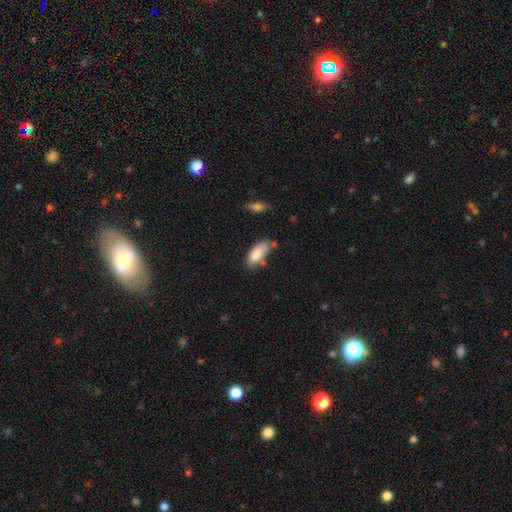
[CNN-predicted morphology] A smooth galaxy with no disk features (86%) that is in between round and cigar-shaped (83%). Merging: none (58%).